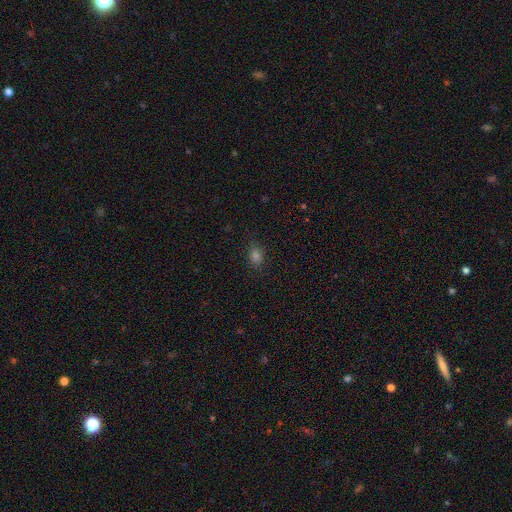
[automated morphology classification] smooth 76%, star or artifact 19%, featured or disk 5%. Down the decision tree: how rounded — in between (65%); merging — none (84%).